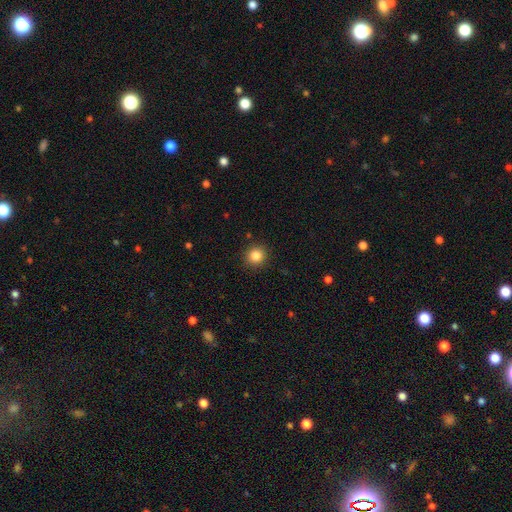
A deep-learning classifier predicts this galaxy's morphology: This is clearly a smooth galaxy (85%). How rounded: clearly round (91%). Merging: clearly none (90%).